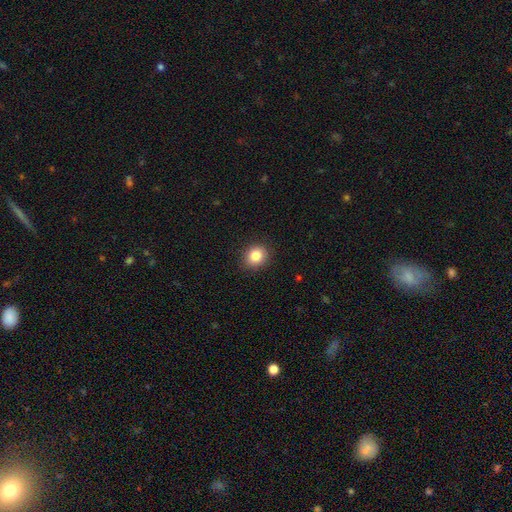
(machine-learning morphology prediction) Smooth or featured? Predicted: smooth (p=0.84). How rounded? Predicted: round (p=0.74). Merging? Predicted: none (p=0.89).